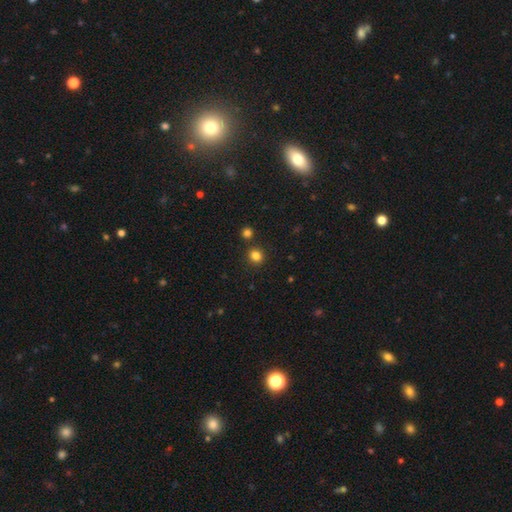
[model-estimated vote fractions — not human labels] Smooth or featured: smooth — 82% (star or artifact — 14%)
How rounded: round — 86% (in between — 14%)
Merging: none — 85% (minor disturbance — 7%)